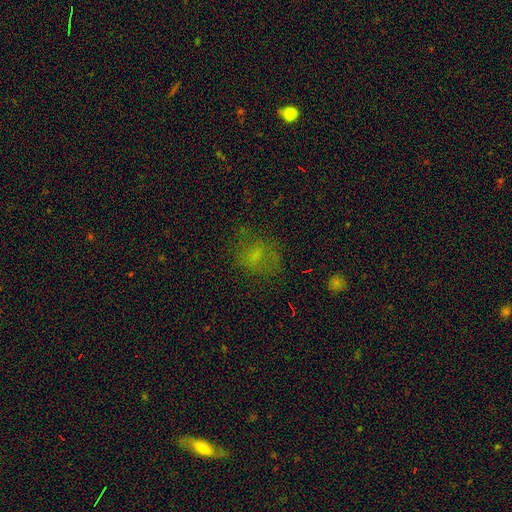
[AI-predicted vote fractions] Smooth or featured?
  - smooth: 55% *
  - featured or disk: 24%
  - star or artifact: 21%
How rounded?
  - round: 53% *
  - in between: 46%
  - cigar-shaped: 2%
Merging?
  - none: 59% *
  - minor disturbance: 20%
  - major disturbance: 19%
  - merger: 2%